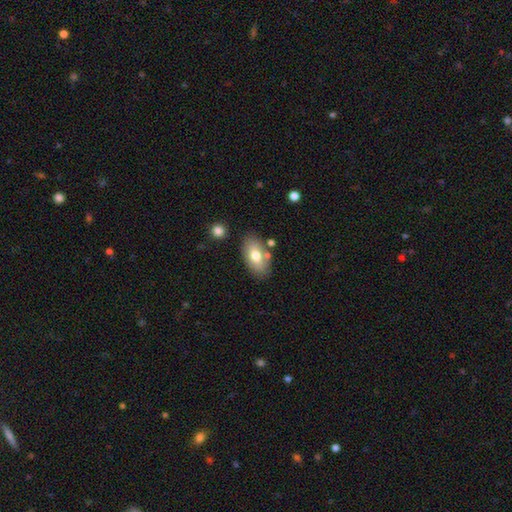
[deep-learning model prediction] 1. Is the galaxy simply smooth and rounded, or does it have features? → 71% smooth, 22% featured or disk, 7% star or artifact.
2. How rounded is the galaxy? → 92% in between, 4% round, 3% cigar-shaped.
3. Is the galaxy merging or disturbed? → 77% none, 13% minor disturbance, 7% merger, 3% major disturbance.